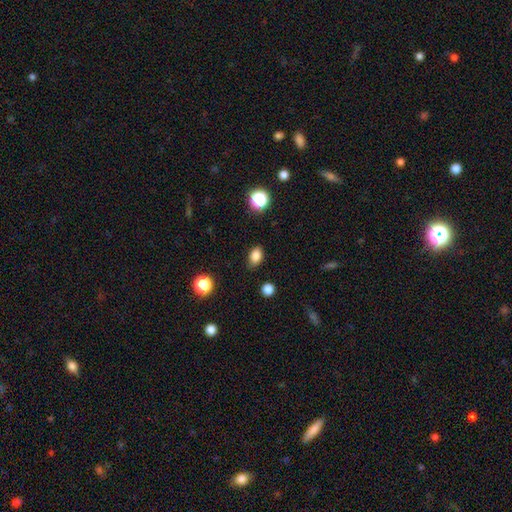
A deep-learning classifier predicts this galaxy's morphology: The model was most divided on "how rounded": in between: 81%, round: 17%, cigar-shaped: 2%. More confident: merging — none (84%); smooth or featured — smooth (84%).